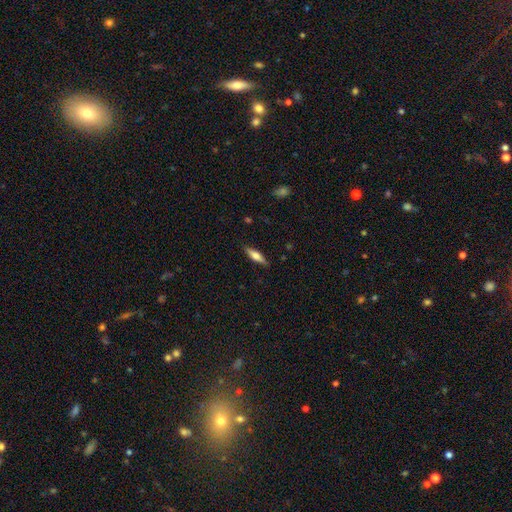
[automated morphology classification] Smooth or featured? smooth (52%)
How rounded? cigar-shaped (67%)
Merging? none (87%)